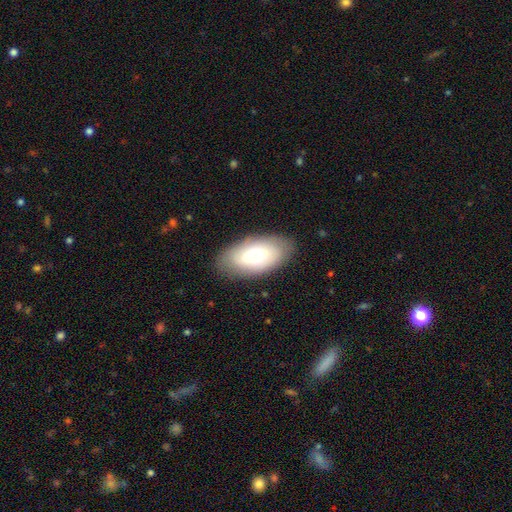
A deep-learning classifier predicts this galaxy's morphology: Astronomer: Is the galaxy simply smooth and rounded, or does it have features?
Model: smooth — 64%.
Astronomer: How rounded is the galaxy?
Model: in between — 93%.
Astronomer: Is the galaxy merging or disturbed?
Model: none — 84%.